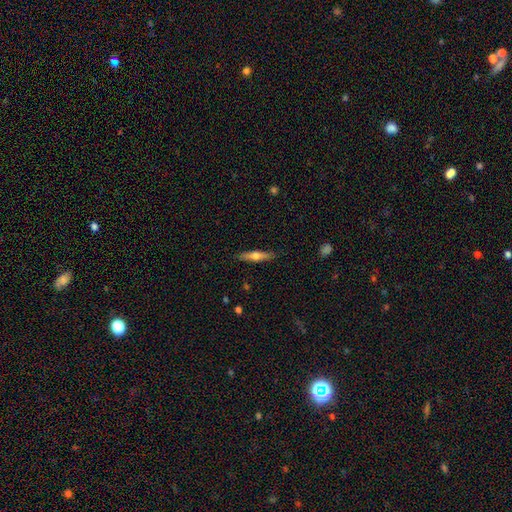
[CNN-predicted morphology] smooth 49%, featured or disk 45%, star or artifact 6%. Down the decision tree: merging — none (88%).